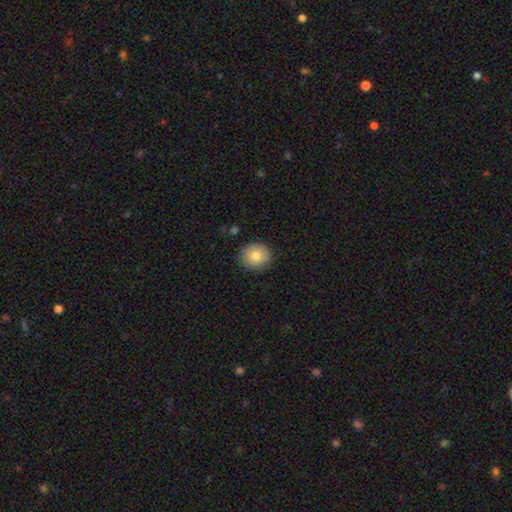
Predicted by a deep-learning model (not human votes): Smooth or featured? smooth (80%)
How rounded? round (77%)
Merging? none (88%)